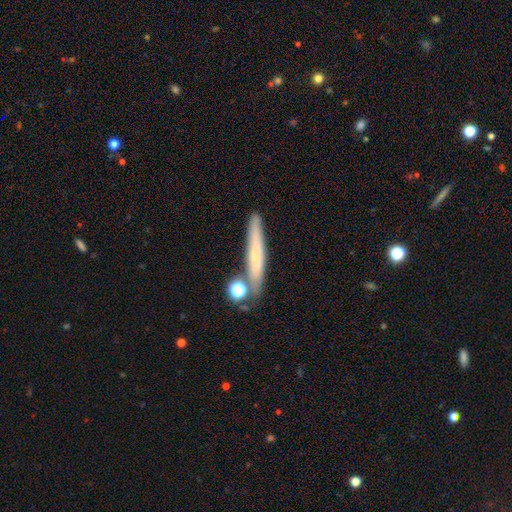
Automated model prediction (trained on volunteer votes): The model was most divided on "smooth or featured": smooth: 57%, featured or disk: 34%, star or artifact: 9%. More confident: how rounded — cigar-shaped (92%); merging — none (72%).